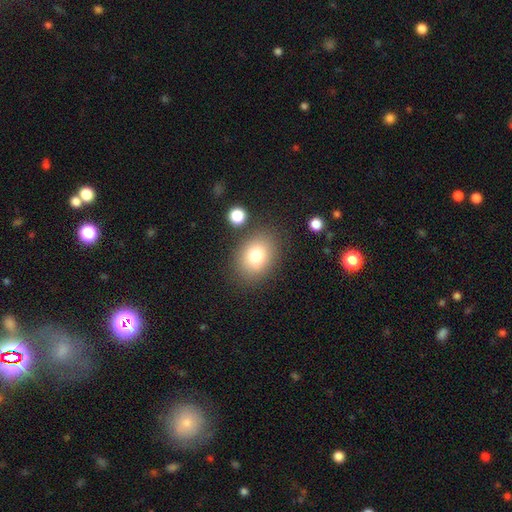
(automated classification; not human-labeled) Smooth or featured? smooth (78%)
How rounded? in between (58%)
Merging? none (80%)